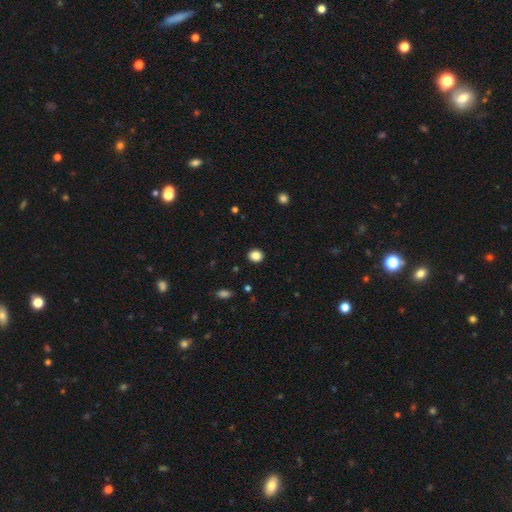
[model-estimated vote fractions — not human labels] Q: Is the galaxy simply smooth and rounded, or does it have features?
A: smooth — 86%.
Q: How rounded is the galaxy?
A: round — 78%.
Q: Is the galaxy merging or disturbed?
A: none — 92%.